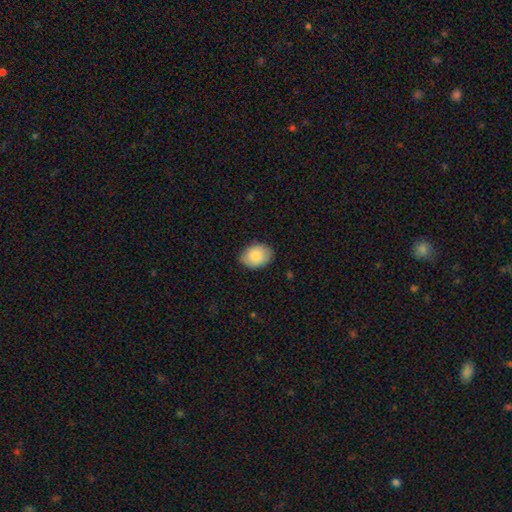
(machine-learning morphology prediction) The model was most divided on "how rounded": in between: 72%, round: 27%, cigar-shaped: 1%. More confident: smooth or featured — smooth (83%); merging — none (80%).